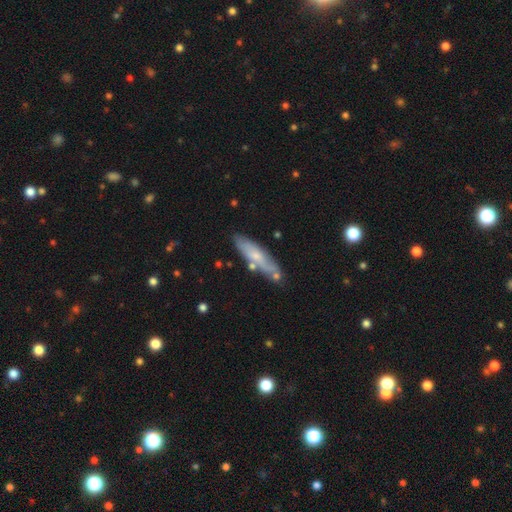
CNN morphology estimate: Q: Smooth or featured?
A: smooth (52%); runner-up: featured or disk (42%)
Q: How rounded?
A: cigar-shaped (70%); runner-up: in between (28%)
Q: Merging?
A: none (71%); runner-up: minor disturbance (18%)